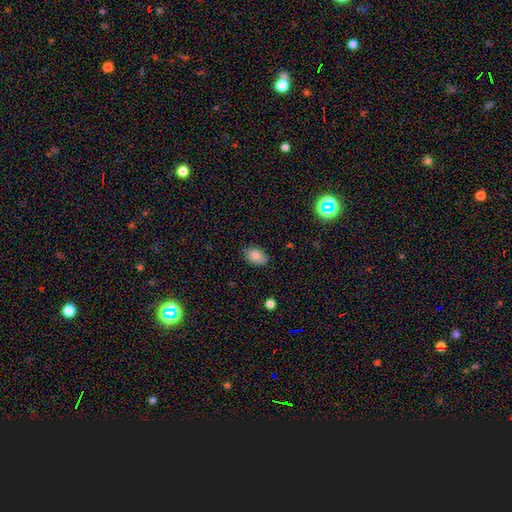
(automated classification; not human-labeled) smooth 85%, star or artifact 8%, featured or disk 6%. Down the decision tree: how rounded — in between (83%); merging — none (81%).